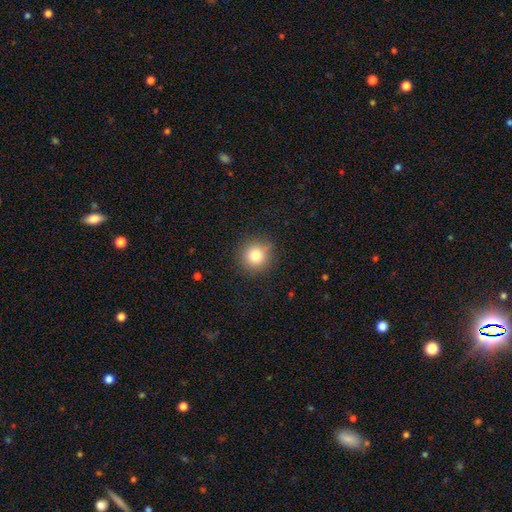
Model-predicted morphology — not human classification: Smooth or featured? Predicted: smooth (p=0.81). How rounded? Predicted: round (p=0.93). Merging? Predicted: none (p=0.85).